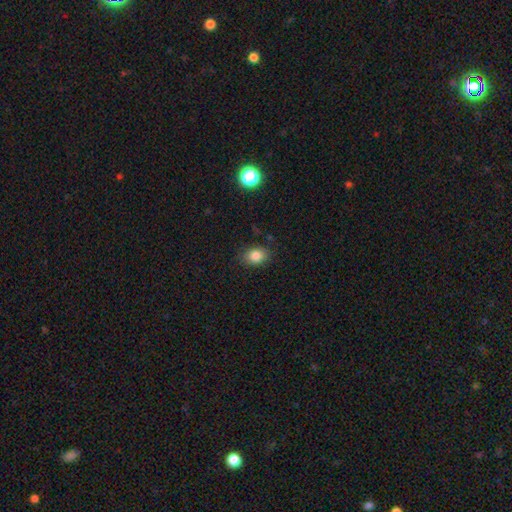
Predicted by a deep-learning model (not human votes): Smooth or featured: smooth — 83% (star or artifact — 11%)
How rounded: in between — 60% (round — 39%)
Merging: none — 82% (minor disturbance — 13%)